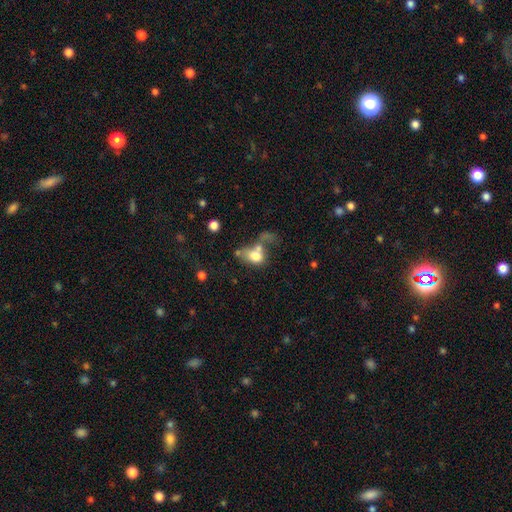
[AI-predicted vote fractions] smooth-or-featured: smooth: 71% | featured or disk: 19% | star or artifact: 10%
  how-rounded: in between: 72% | round: 26% | cigar-shaped: 2%
  merging: merger: 46% | major disturbance: 24% | none: 18% | minor disturbance: 12%